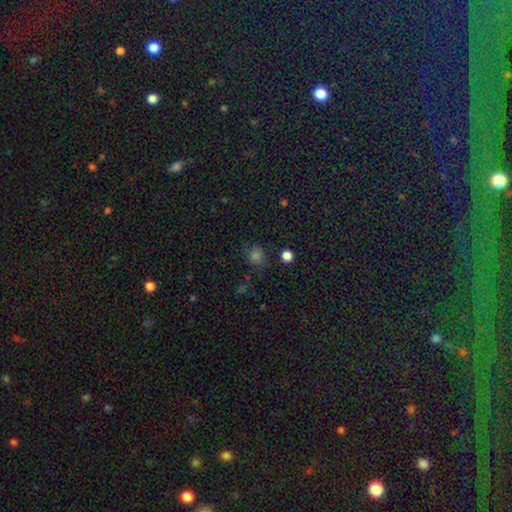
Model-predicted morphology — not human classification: smooth 73%, star or artifact 22%, featured or disk 5%. Down the decision tree: how rounded — round (80%); merging — none (79%).